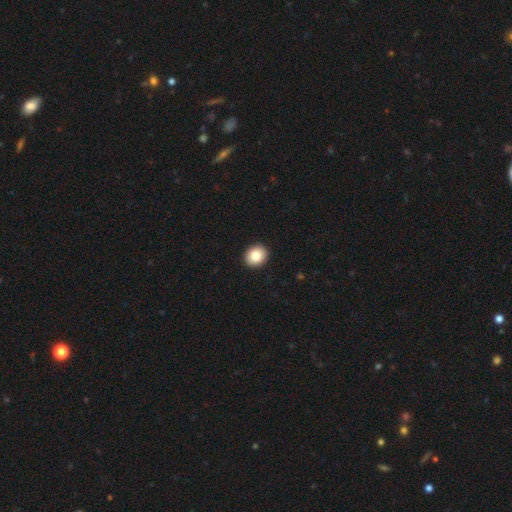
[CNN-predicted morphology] A smooth galaxy with no disk features (84%) that is round (64%).

Vote fractions:
- Smooth or featured? smooth: 84% / star or artifact: 8% / featured or disk: 8%
- How rounded? round: 64% / in between: 36% / cigar-shaped: 1%
- Merging? none: 92% / minor disturbance: 5% / major disturbance: 1% / merger: 1%